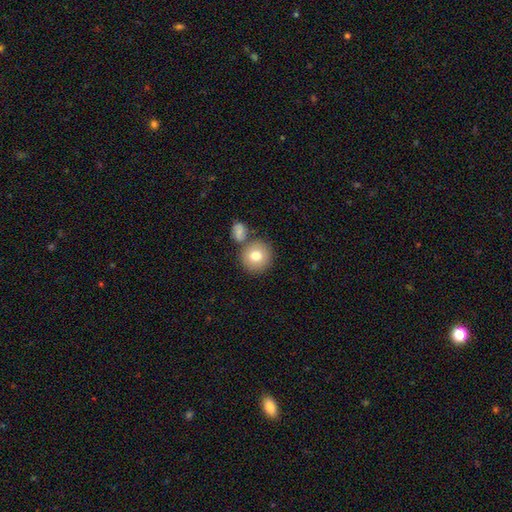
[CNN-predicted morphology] smooth_or_featured: smooth (p=0.78) [alt: featured or disk p=0.13]
how_rounded: round (p=0.91) [alt: in between p=0.08]
merging: none (p=0.72) [alt: merger p=0.16]